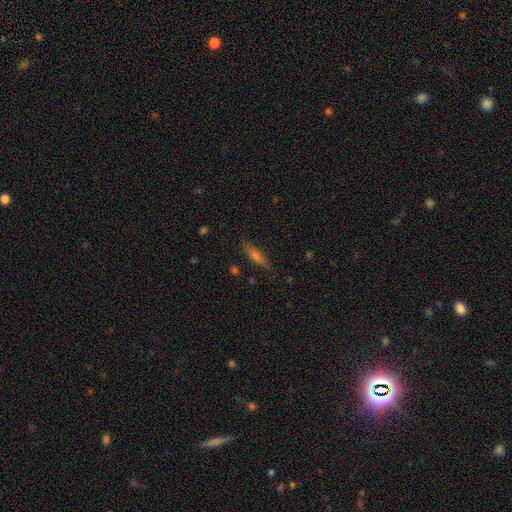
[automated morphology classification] This appears to be a smooth galaxy with no disk features (45%). Merging: none (85%).